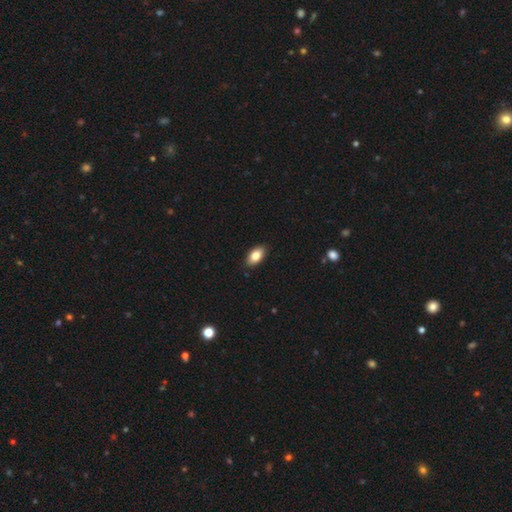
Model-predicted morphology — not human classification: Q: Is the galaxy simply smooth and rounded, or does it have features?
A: smooth — 81%.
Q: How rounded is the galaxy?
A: in between — 92%.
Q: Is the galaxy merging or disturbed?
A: none — 89%.